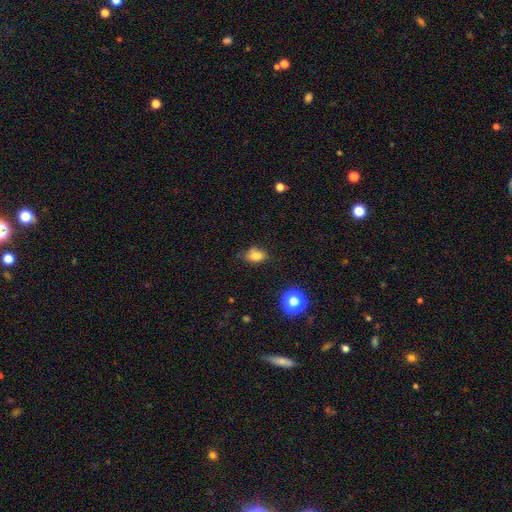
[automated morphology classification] Smooth or featured? smooth (79%)
How rounded? in between (75%)
Merging? none (66%)